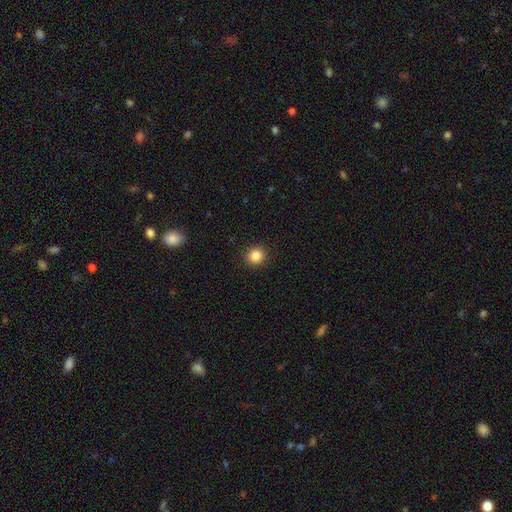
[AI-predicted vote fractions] A smooth galaxy with no disk features (86%) that is round (91%).

Vote fractions:
- Smooth or featured? smooth: 86% / star or artifact: 11% / featured or disk: 4%
- How rounded? round: 91% / in between: 8% / cigar-shaped: 1%
- Merging? none: 92% / minor disturbance: 5% / major disturbance: 2% / merger: 1%